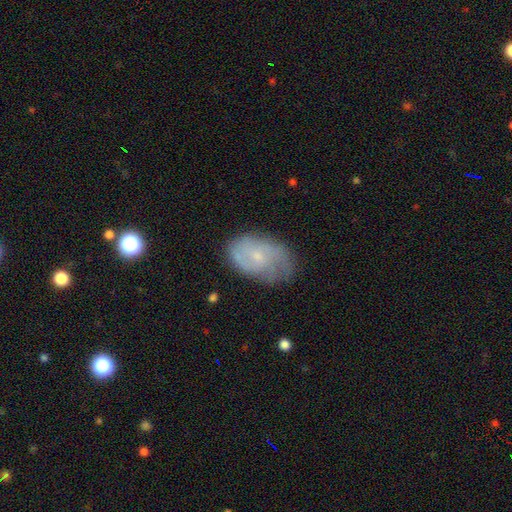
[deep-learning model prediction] smooth_or_featured: featured or disk (p=0.56) [alt: smooth p=0.35]
disk_edge_on: no (p=0.96) [alt: yes p=0.04]
bar: no (p=0.71) [alt: weak p=0.26]
has_spiral_arms: yes (p=0.80) [alt: no p=0.20]
bulge_size: small (p=0.74) [alt: moderate p=0.18]
merging: none (p=0.62) [alt: minor disturbance p=0.27]